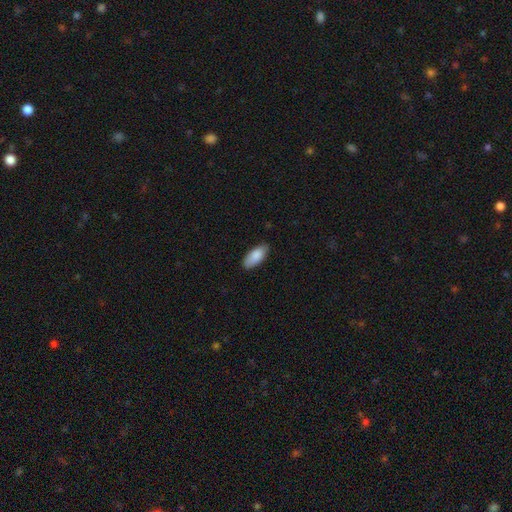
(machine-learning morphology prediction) The model was most divided on "merging": none: 84%, minor disturbance: 13%, major disturbance: 2%, merger: 1%. More confident: smooth or featured — smooth (87%); how rounded — in between (87%).